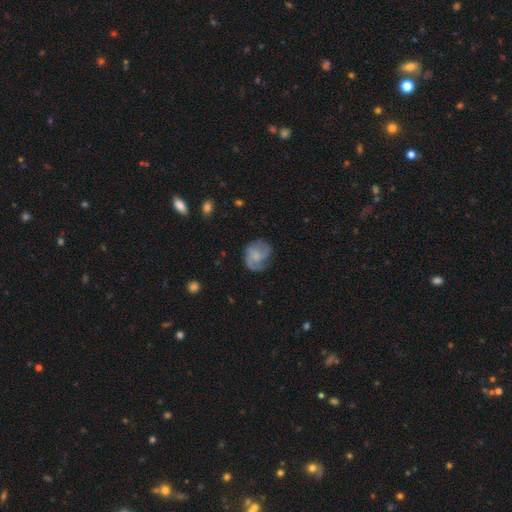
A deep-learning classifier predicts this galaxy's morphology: A featured or disk galaxy (57%) with no bar (73%), spiral arms (85%) and a small central bulge (50%). Merging: none (65%).